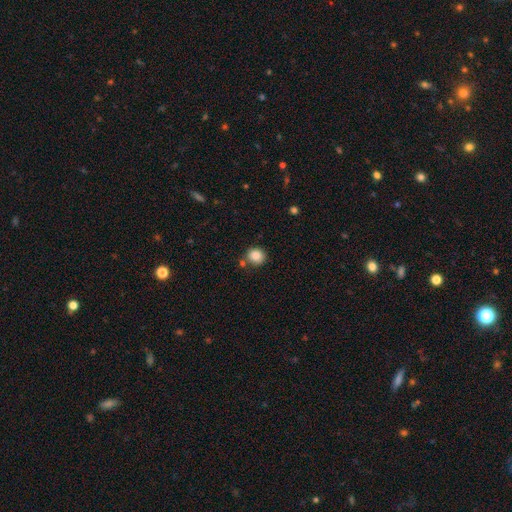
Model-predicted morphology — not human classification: This is clearly a smooth galaxy (86%). How rounded: clearly round (85%). Merging: likely none (75%).